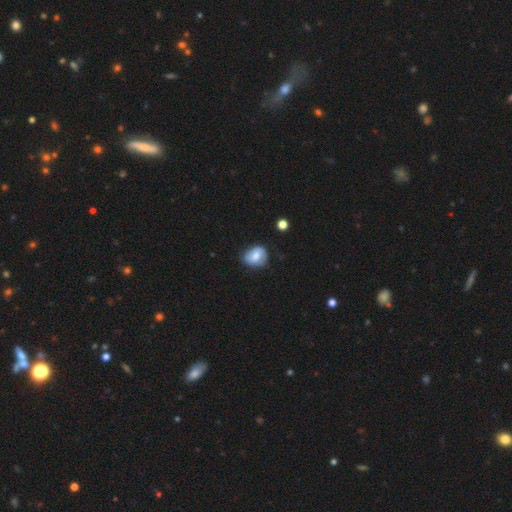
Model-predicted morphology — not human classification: Smooth or featured?
  - smooth: 67% *
  - featured or disk: 25%
  - star or artifact: 8%
How rounded?
  - in between: 51% *
  - round: 48%
  - cigar-shaped: 1%
Merging?
  - none: 63% *
  - minor disturbance: 28%
  - major disturbance: 7%
  - merger: 2%